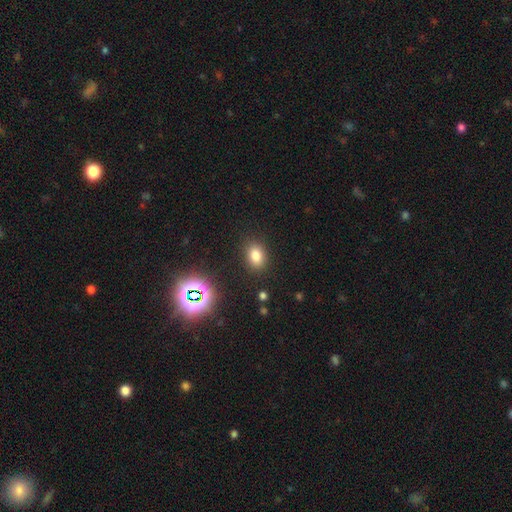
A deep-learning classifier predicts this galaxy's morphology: smooth_or_featured: smooth (p=0.78) [alt: star or artifact p=0.14]
how_rounded: in between (p=0.72) [alt: round p=0.27]
merging: none (p=0.87) [alt: minor disturbance p=0.09]